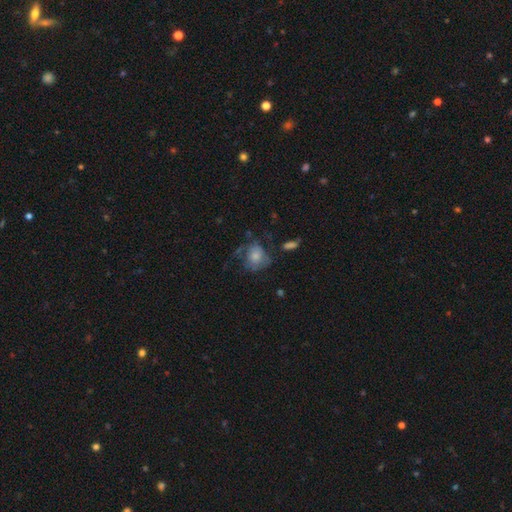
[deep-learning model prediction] smooth-or-featured: smooth: 59% | featured or disk: 32% | star or artifact: 9%
  how-rounded: round: 60% | in between: 39% | cigar-shaped: 1%
  merging: none: 41% | major disturbance: 28% | minor disturbance: 26% | merger: 5%